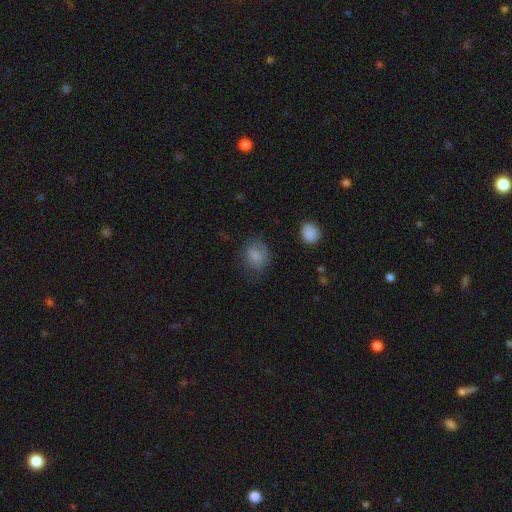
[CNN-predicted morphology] The model was most divided on "how rounded": round: 50%, in between: 49%, cigar-shaped: 1%. More confident: smooth or featured — smooth (82%); merging — none (69%).